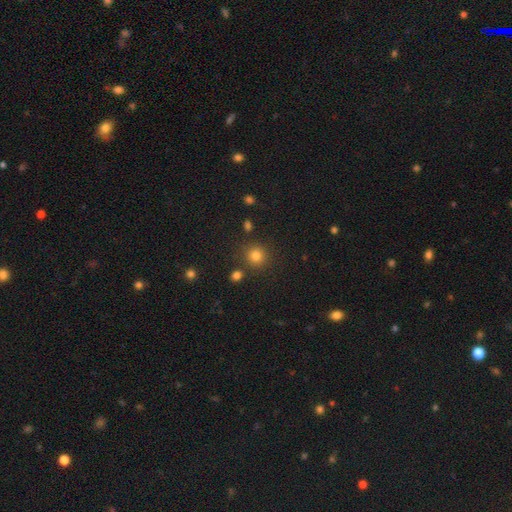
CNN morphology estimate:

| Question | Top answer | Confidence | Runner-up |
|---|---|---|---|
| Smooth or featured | smooth | 81% | star or artifact (14%) |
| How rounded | round | 91% | in between (8%) |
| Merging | none | 83% | minor disturbance (8%) |